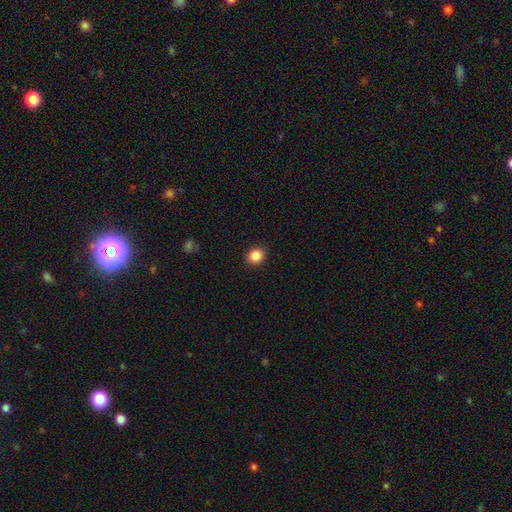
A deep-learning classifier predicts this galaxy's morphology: Smooth or featured? Predicted: smooth (p=0.86). How rounded? Predicted: round (p=0.79). Merging? Predicted: none (p=0.91).